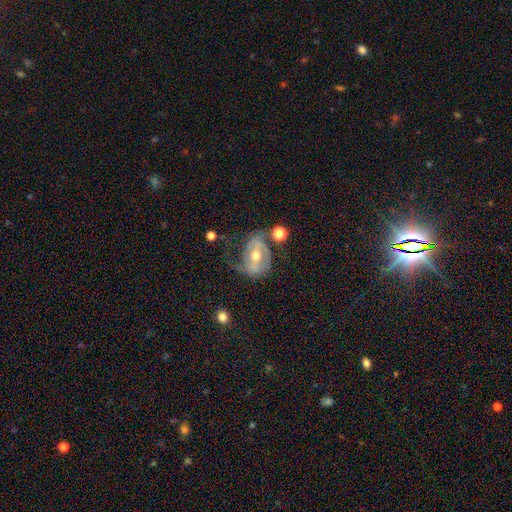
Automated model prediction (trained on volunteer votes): Overall: featured or disk (77%). Edge-on disk: no (95%). Bar: strong (40%; weak 37%). Spiral arms: yes (76%). Spiral arm count: 2 (67%). Spiral winding: medium (42%; tight 33%). Bulge size: moderate (69%). Merging: none (43%; major disturbance 25%).